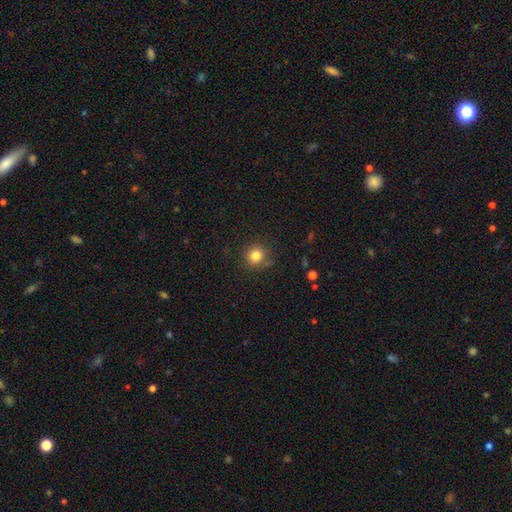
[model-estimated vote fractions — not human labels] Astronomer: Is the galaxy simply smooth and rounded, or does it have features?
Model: smooth — 82%.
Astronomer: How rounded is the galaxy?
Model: round — 90%.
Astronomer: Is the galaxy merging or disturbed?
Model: none — 84%.